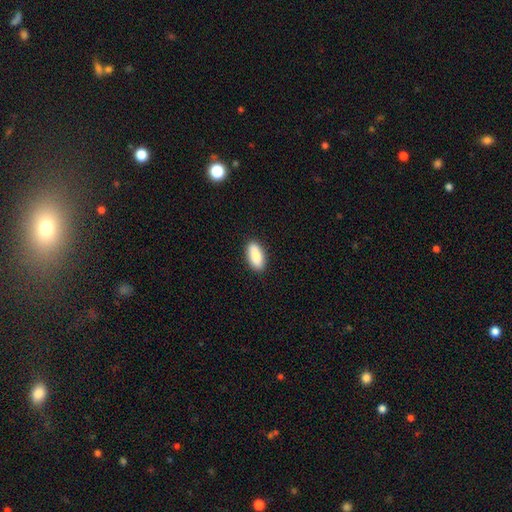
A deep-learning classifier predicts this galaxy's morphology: This appears to be a smooth galaxy with no disk features (87%) that is in between round and cigar-shaped (87%). Merging: none (89%).